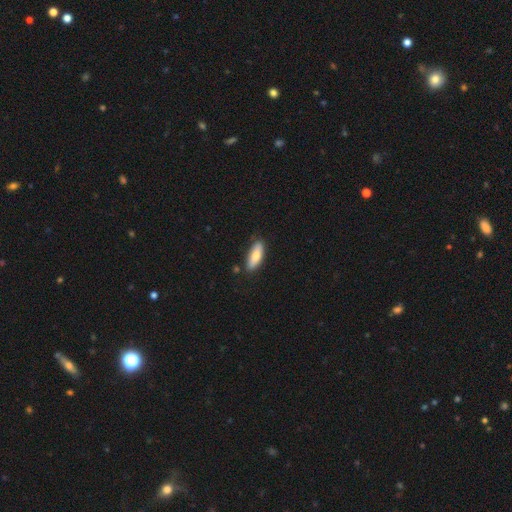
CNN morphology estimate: The model was most divided on "how rounded": in between: 63%, cigar-shaped: 35%, round: 2%. More confident: merging — none (80%); smooth or featured — smooth (74%).